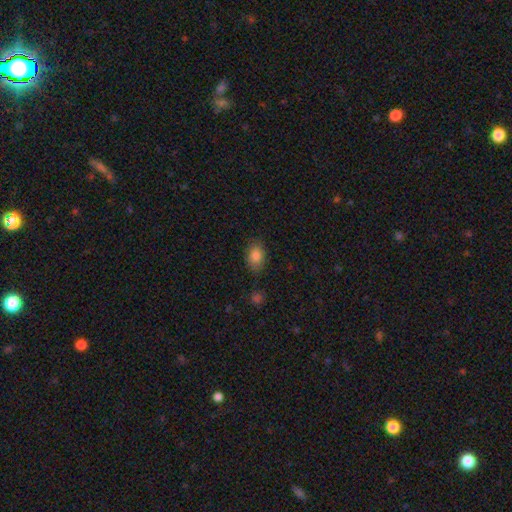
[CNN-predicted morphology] smooth-or-featured: smooth: 85% | star or artifact: 9% | featured or disk: 6%
  how-rounded: in between: 84% | round: 14% | cigar-shaped: 2%
  merging: none: 82% | minor disturbance: 13% | major disturbance: 3% | merger: 2%